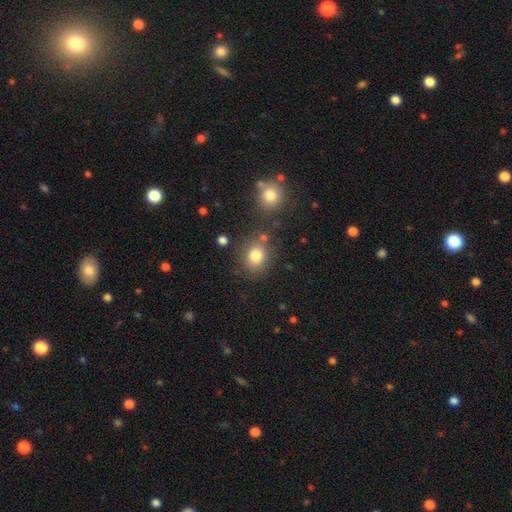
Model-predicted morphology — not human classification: smooth-or-featured: smooth: 81% | star or artifact: 12% | featured or disk: 7%
  how-rounded: round: 71% | in between: 28% | cigar-shaped: 1%
  merging: none: 74% | minor disturbance: 11% | merger: 10% | major disturbance: 4%